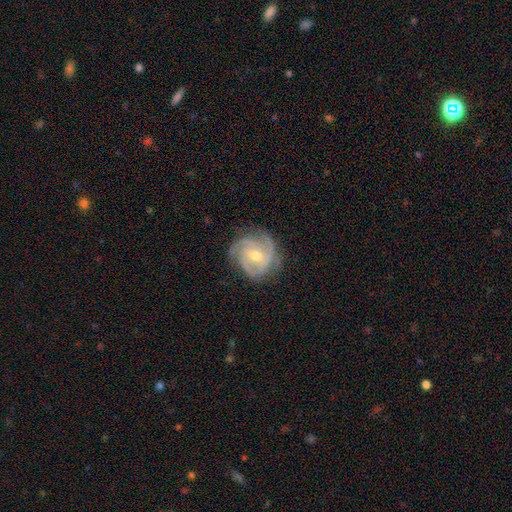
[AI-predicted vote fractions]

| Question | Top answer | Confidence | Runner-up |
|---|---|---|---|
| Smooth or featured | featured or disk | 87% | smooth (8%) |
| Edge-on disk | no | 98% | yes (2%) |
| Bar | no | 46% | weak (41%) |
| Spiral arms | yes | 97% | no (3%) |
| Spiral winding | tight | 57% | medium (36%) |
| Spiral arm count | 3 | 49% | 4 (17%) |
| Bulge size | moderate | 51% | small (46%) |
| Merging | none | 75% | minor disturbance (18%) |